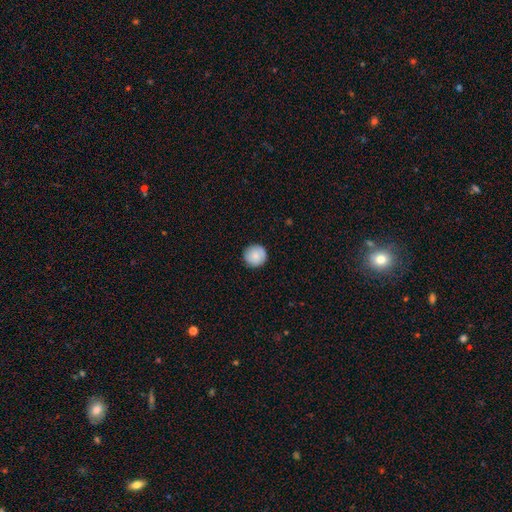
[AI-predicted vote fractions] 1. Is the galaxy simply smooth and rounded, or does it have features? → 83% smooth, 10% featured or disk, 7% star or artifact.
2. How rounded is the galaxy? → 95% round, 4% in between, 1% cigar-shaped.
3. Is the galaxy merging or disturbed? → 90% none, 8% minor disturbance, 2% major disturbance, 1% merger.